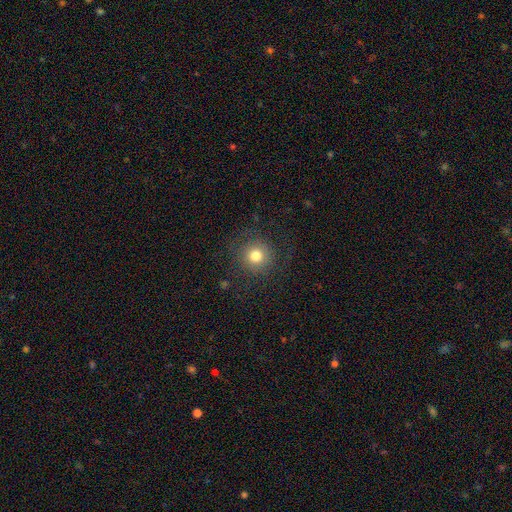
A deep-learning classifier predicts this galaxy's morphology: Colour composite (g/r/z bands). It shows a smooth galaxy with no disk features (78%) that is round (93%). Merging: none (85%).